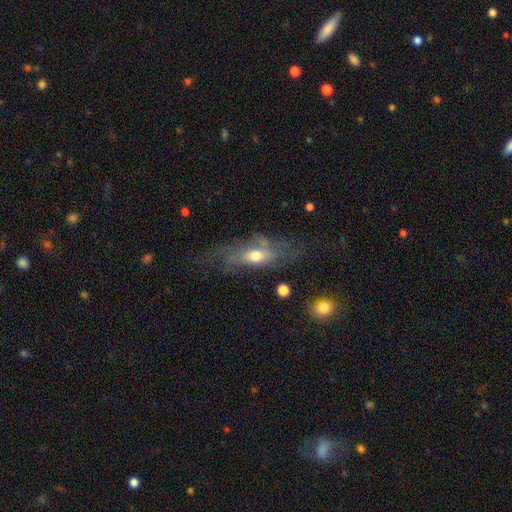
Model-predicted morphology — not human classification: A featured or disk galaxy (48%). Merging: none (46%).